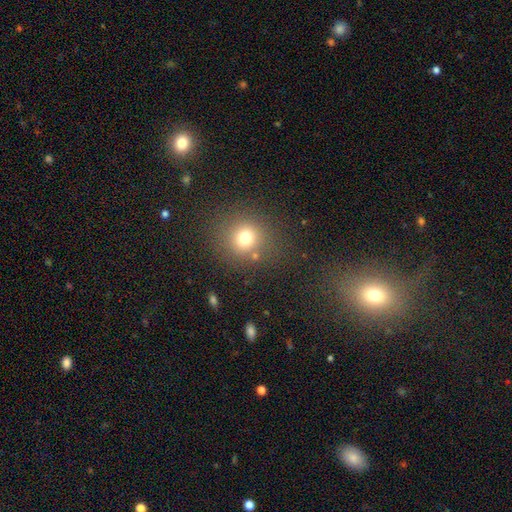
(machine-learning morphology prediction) This appears to be a smooth galaxy with no disk features (72%) that is round (84%). Merging: none (78%).